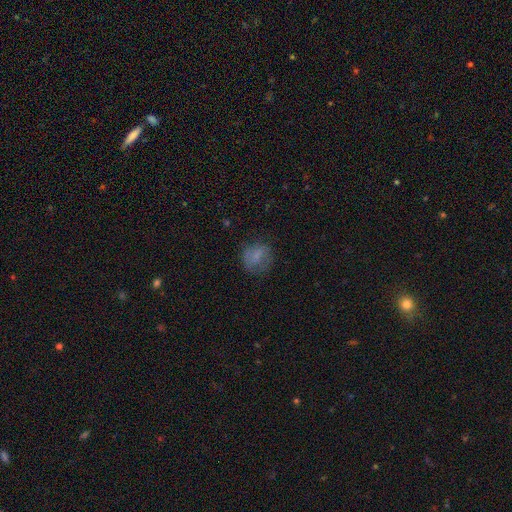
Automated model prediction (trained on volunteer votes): This appears to be a smooth galaxy with no disk features (68%) that is round (68%). Merging: none (61%).